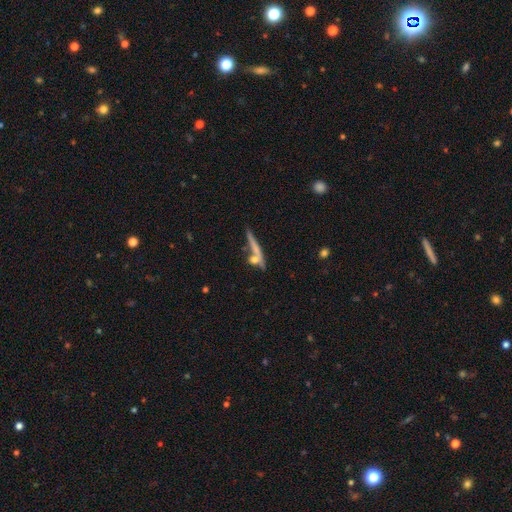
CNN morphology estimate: Smooth or featured? smooth (53%)
How rounded? cigar-shaped (82%)
Merging? none (53%)